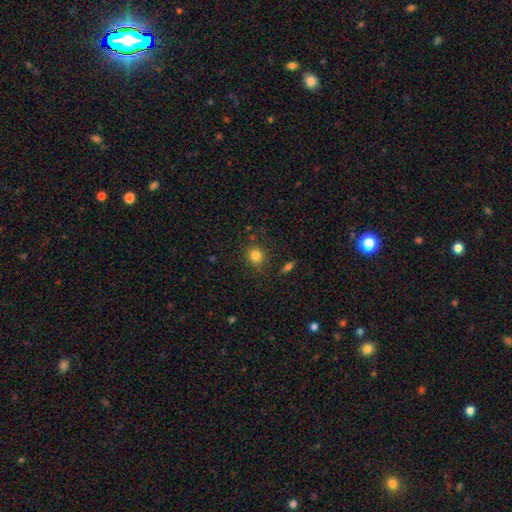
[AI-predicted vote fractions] A smooth galaxy with no disk features (82%) that is round (85%). Merging: none (83%).